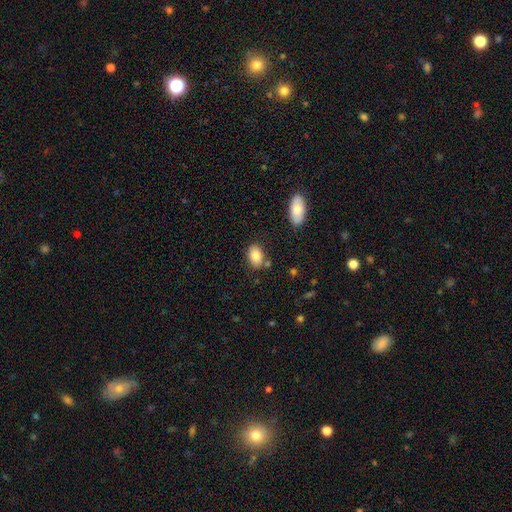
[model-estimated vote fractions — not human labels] This appears to be a smooth galaxy with no disk features (84%) that is in between round and cigar-shaped (88%). Merging: none (76%).